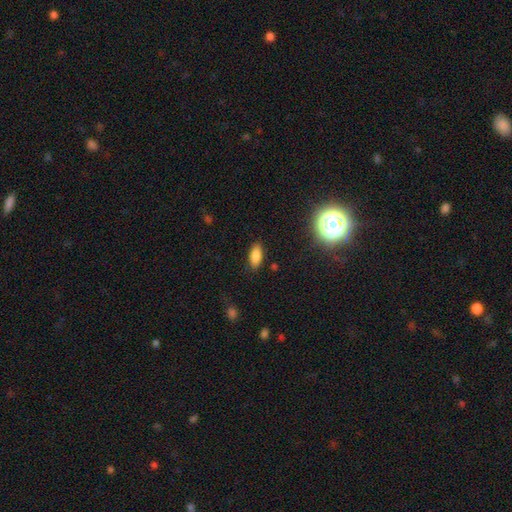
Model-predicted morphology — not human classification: The model was most divided on "smooth or featured": smooth: 82%, star or artifact: 11%, featured or disk: 7%. More confident: merging — none (85%); how rounded — in between (85%).